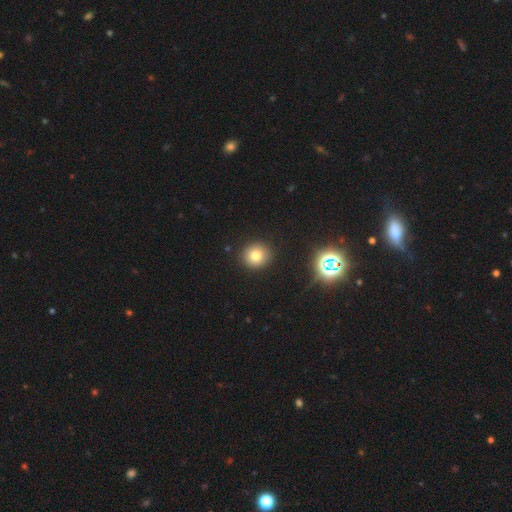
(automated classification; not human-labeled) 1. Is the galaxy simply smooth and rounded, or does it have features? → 76% smooth, 15% star or artifact, 9% featured or disk.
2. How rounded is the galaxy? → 91% round, 8% in between, 1% cigar-shaped.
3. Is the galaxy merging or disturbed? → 91% none, 6% minor disturbance, 2% major disturbance, 1% merger.